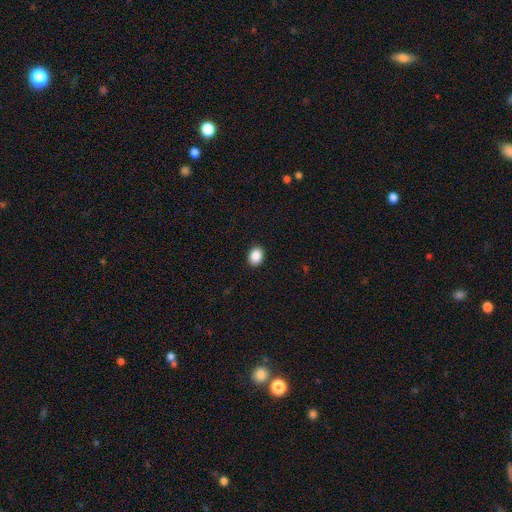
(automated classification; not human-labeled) Smooth or featured? Predicted: smooth (p=0.88). How rounded? Predicted: in between (p=0.58). Merging? Predicted: none (p=0.91).